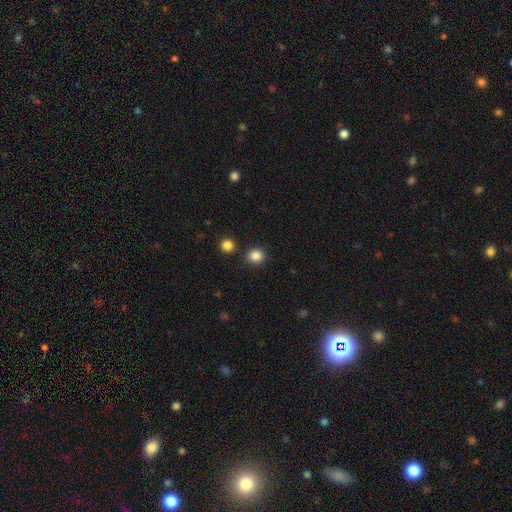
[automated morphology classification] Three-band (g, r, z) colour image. It shows a smooth galaxy with no disk features (86%) that is round (88%). Merging: none (88%).